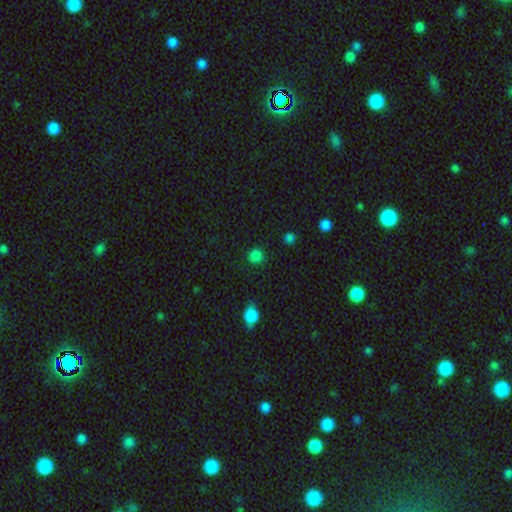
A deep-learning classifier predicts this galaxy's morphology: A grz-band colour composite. It shows a smooth galaxy with no disk features (81%) that is round (91%). Merging: none (87%).